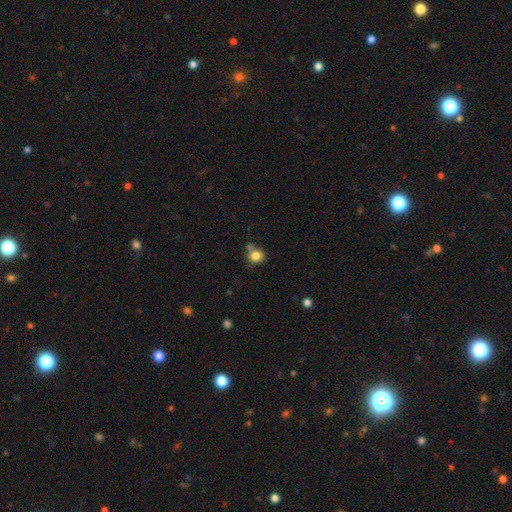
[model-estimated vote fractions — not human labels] This appears to be a smooth galaxy with no disk features (82%) that is round (82%). Merging: none (58%).